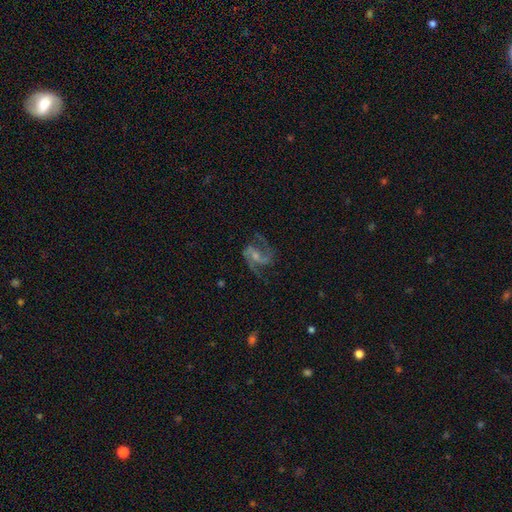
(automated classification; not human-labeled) Smooth or featured? Predicted: featured or disk (p=0.89). Edge-on disk? Predicted: no (p=0.98). Bar? Predicted: weak (p=0.44). Spiral arms? Predicted: yes (p=0.98). Spiral winding? Predicted: medium (p=0.59). Spiral arm count? Predicted: 2 (p=0.84). Bulge size? Predicted: small (p=0.56). Merging? Predicted: none (p=0.74).